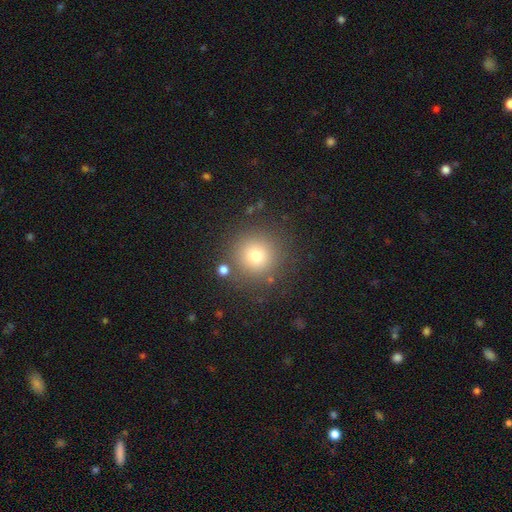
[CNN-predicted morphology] A smooth galaxy with no disk features (75%) that is round (95%).

Vote fractions:
- Smooth or featured? smooth: 75% / star or artifact: 16% / featured or disk: 9%
- How rounded? round: 95% / in between: 4% / cigar-shaped: 1%
- Merging? none: 86% / minor disturbance: 7% / merger: 3% / major disturbance: 3%